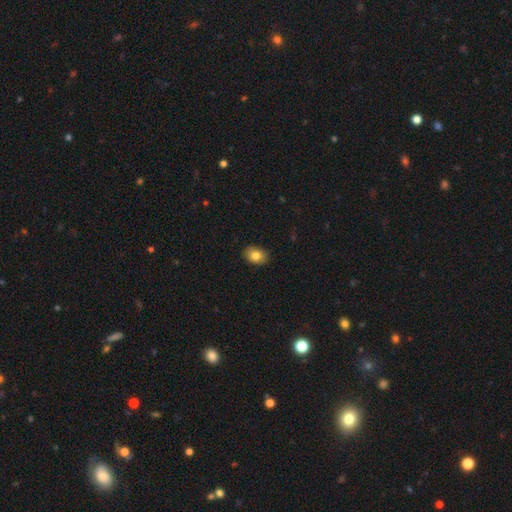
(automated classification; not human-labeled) Q: Smooth or featured?
A: smooth (82%); runner-up: featured or disk (9%)
Q: How rounded?
A: in between (72%); runner-up: round (27%)
Q: Merging?
A: none (87%); runner-up: minor disturbance (10%)